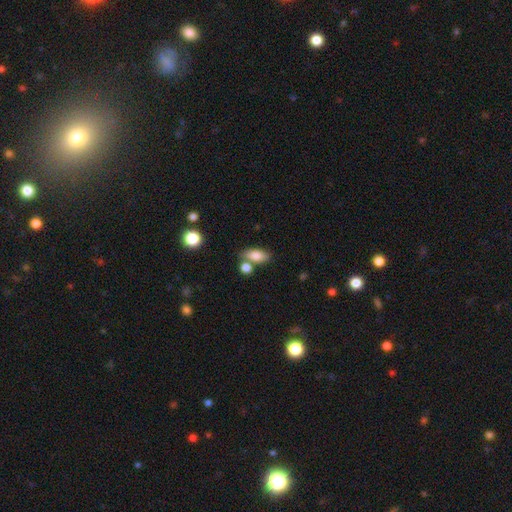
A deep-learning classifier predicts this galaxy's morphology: smooth_or_featured: smooth (p=0.82) [alt: featured or disk p=0.10]
how_rounded: in between (p=0.85) [alt: cigar-shaped p=0.08]
merging: none (p=0.60) [alt: merger p=0.23]